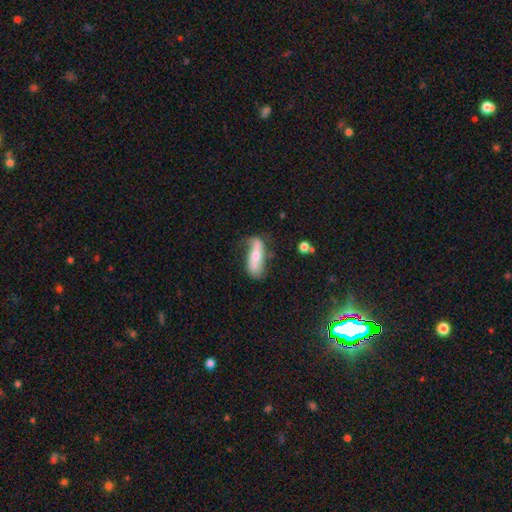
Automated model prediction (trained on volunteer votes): Overall: featured or disk (48%; smooth 45%). Merging: none (51%; minor disturbance 31%).